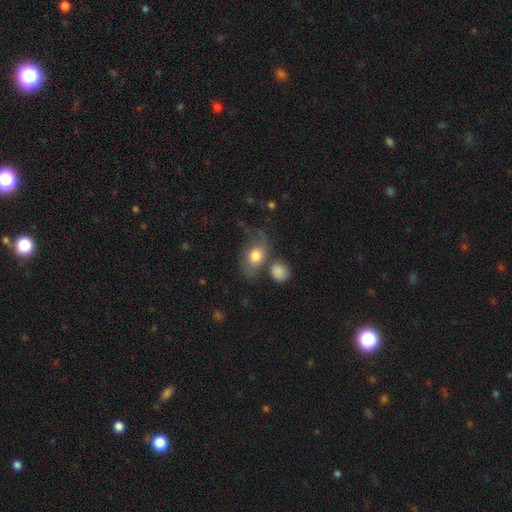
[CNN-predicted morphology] This is likely a smooth galaxy (64%). How rounded: likely in between (71%). Merging: marginally none (35%).